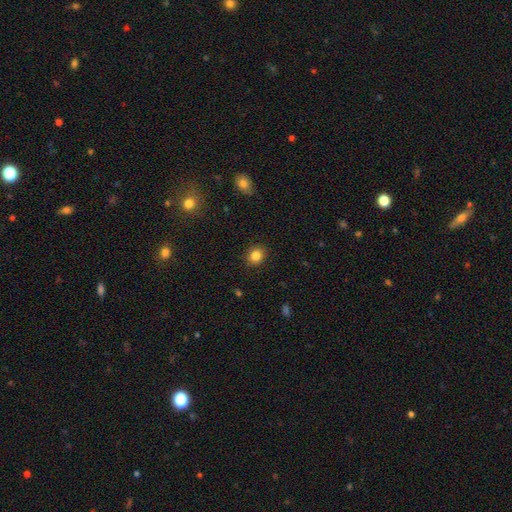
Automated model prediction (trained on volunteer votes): This is clearly a smooth galaxy (84%). How rounded: likely round (75%). Merging: clearly none (90%).